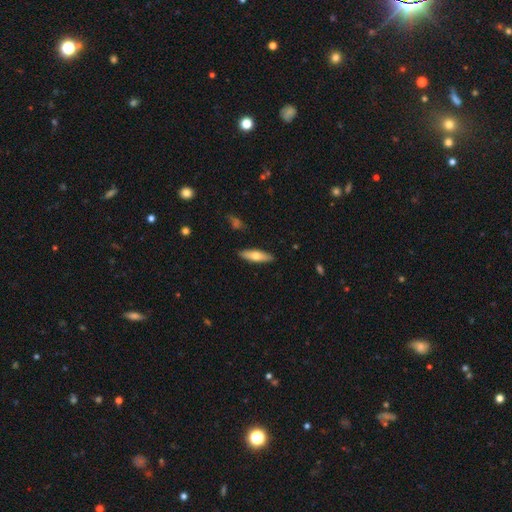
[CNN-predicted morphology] Q: Smooth or featured?
A: smooth (63%); runner-up: featured or disk (31%)
Q: How rounded?
A: cigar-shaped (56%); runner-up: in between (42%)
Q: Merging?
A: none (89%); runner-up: minor disturbance (8%)